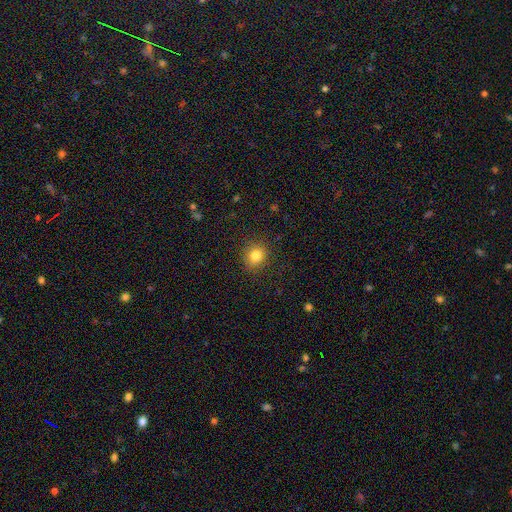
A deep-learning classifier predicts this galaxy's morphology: Smooth or featured: smooth — 82% (star or artifact — 12%)
How rounded: round — 74% (in between — 25%)
Merging: none — 87% (minor disturbance — 9%)